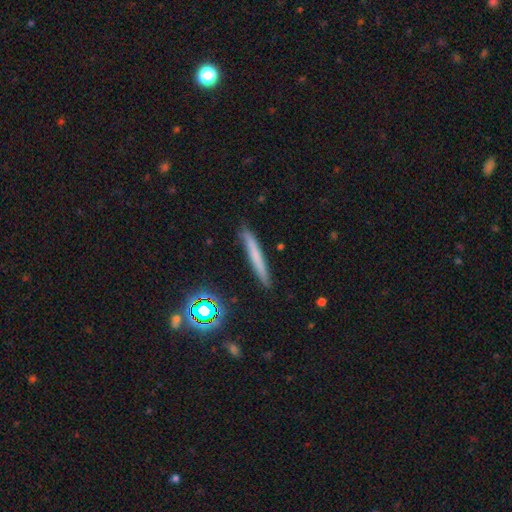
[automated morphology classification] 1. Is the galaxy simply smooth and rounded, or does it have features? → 59% smooth, 29% featured or disk, 11% star or artifact.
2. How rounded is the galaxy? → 95% cigar-shaped, 3% in between, 2% round.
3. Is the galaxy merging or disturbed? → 88% none, 8% minor disturbance, 2% major disturbance, 1% merger.